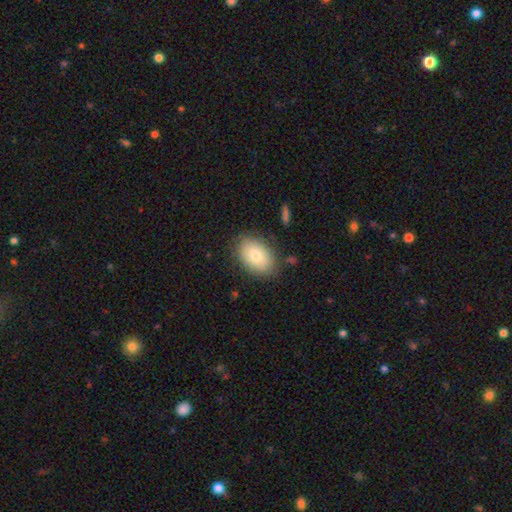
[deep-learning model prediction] Smooth or featured? Predicted: smooth (p=0.78). How rounded? Predicted: in between (p=0.86). Merging? Predicted: none (p=0.81).